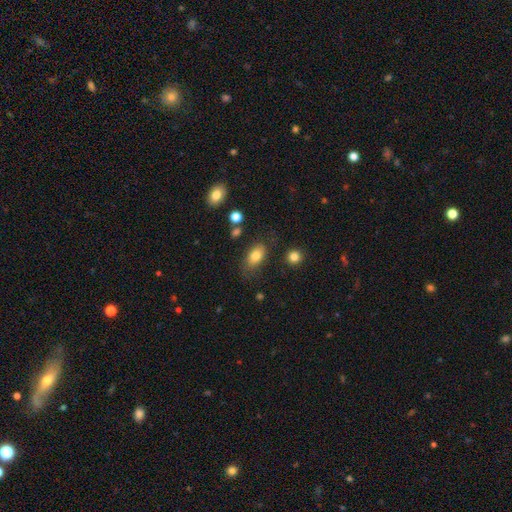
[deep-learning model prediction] A smooth galaxy with no disk features (80%) that is in between round and cigar-shaped (88%). Merging: none (72%).